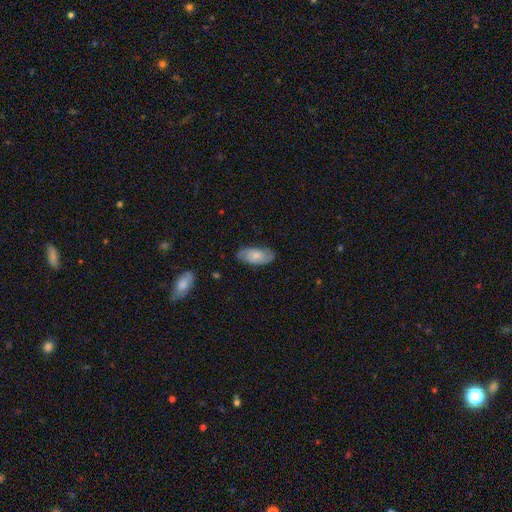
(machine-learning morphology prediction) smooth_or_featured: smooth (p=0.50) [alt: featured or disk p=0.43]
how_rounded: in between (p=0.90) [alt: cigar-shaped p=0.07]
merging: none (p=0.78) [alt: minor disturbance p=0.17]